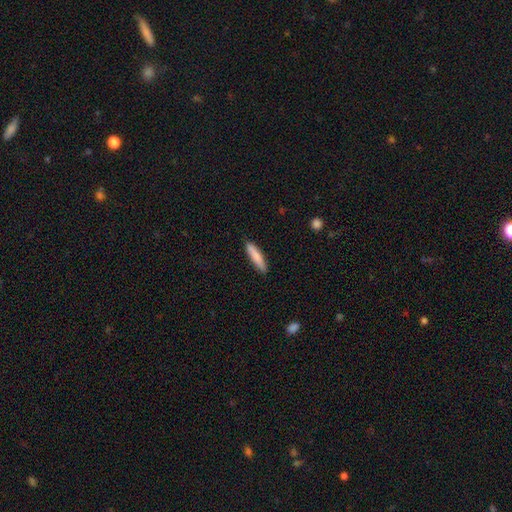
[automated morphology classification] Q: Smooth or featured?
A: smooth (84%); runner-up: featured or disk (10%)
Q: How rounded?
A: cigar-shaped (84%); runner-up: in between (15%)
Q: Merging?
A: none (88%); runner-up: minor disturbance (9%)